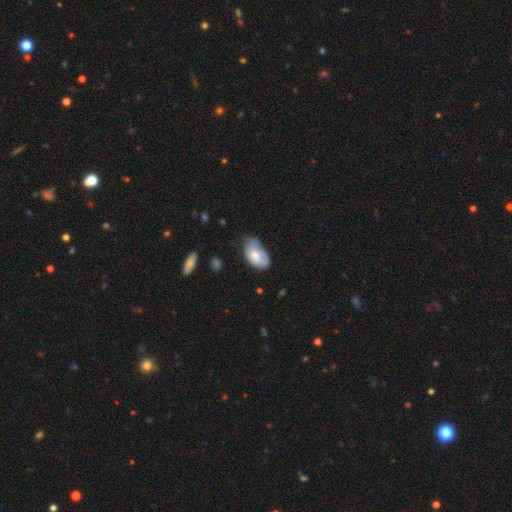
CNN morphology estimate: Smooth or featured: smooth — 67% (featured or disk — 26%)
How rounded: in between — 92% (round — 6%)
Merging: minor disturbance — 43% (none — 38%)